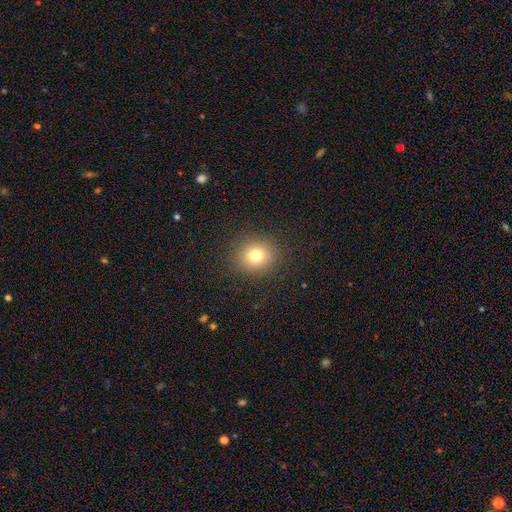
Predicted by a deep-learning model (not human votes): Smooth or featured: smooth — 76% (star or artifact — 15%)
How rounded: round — 84% (in between — 15%)
Merging: none — 89% (minor disturbance — 7%)